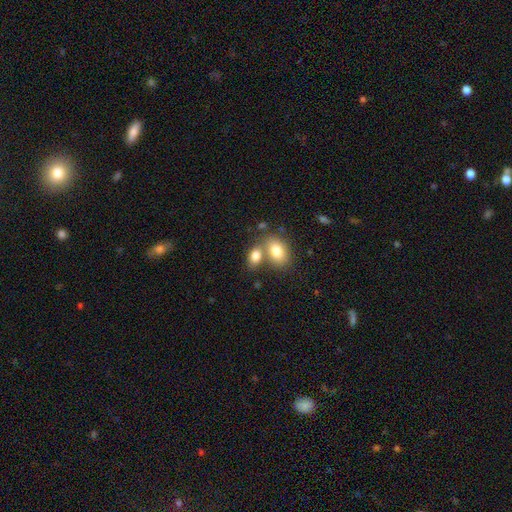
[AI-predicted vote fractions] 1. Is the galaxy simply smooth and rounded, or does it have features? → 80% smooth, 12% featured or disk, 8% star or artifact.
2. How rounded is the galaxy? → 81% in between, 18% round, 2% cigar-shaped.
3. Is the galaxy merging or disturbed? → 50% merger, 37% none, 9% minor disturbance, 3% major disturbance.